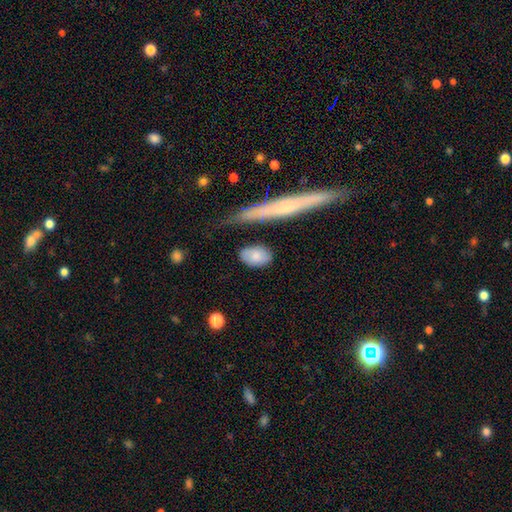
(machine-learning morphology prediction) Smooth or featured?
  - smooth: 80% *
  - featured or disk: 14%
  - star or artifact: 6%
How rounded?
  - in between: 85% *
  - round: 11%
  - cigar-shaped: 5%
Merging?
  - none: 74% *
  - minor disturbance: 17%
  - major disturbance: 5%
  - merger: 4%